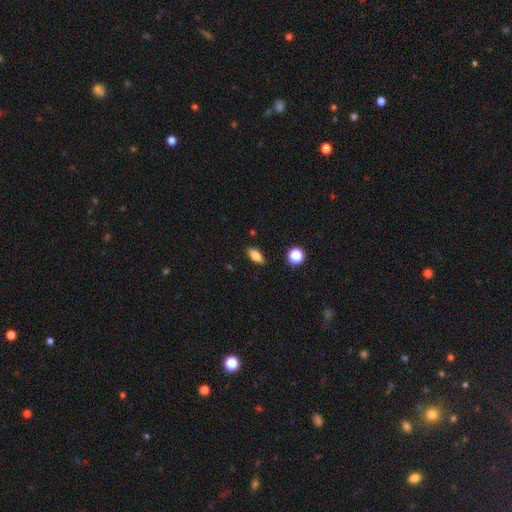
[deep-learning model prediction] A smooth galaxy with no disk features (78%) that is in between round and cigar-shaped (84%). Merging: none (87%).